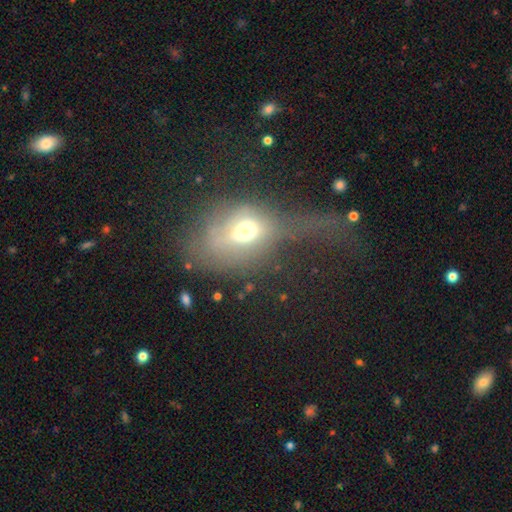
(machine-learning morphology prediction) This appears to be a smooth galaxy with no disk features (52%) that is in between round and cigar-shaped (64%). Merging: major disturbance (58%).